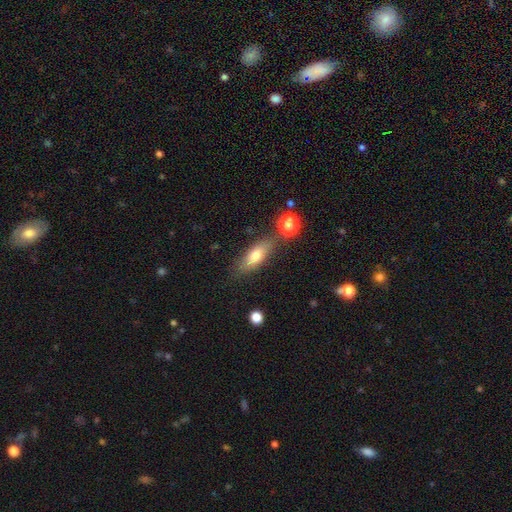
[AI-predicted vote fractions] smooth 65%, featured or disk 26%, star or artifact 9%. Down the decision tree: how rounded — in between (62%); merging — none (72%).